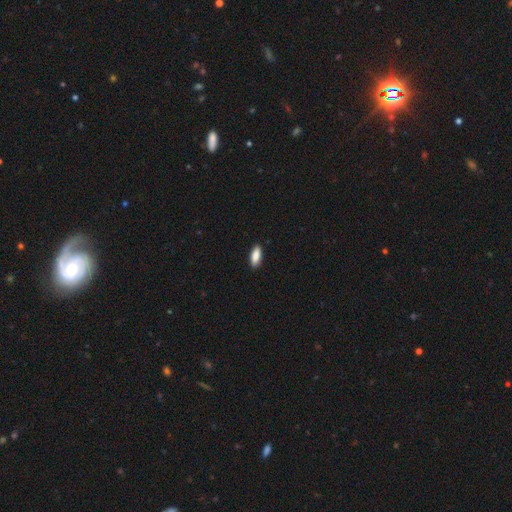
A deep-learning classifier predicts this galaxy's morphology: This appears to be a smooth galaxy with no disk features (88%) that is in between round and cigar-shaped (76%). Merging: none (89%).